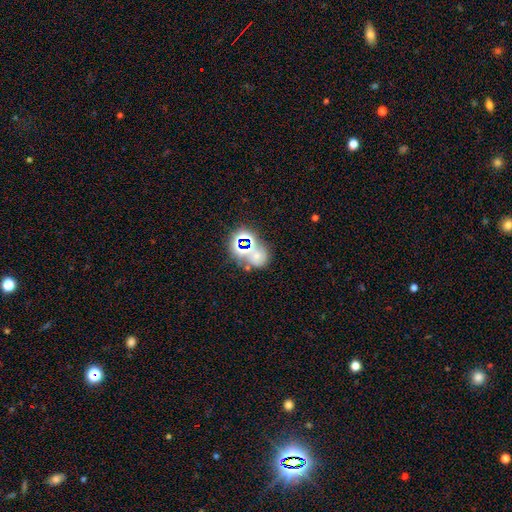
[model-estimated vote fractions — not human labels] A smooth galaxy with no disk features (41%). Merging: none (44%).